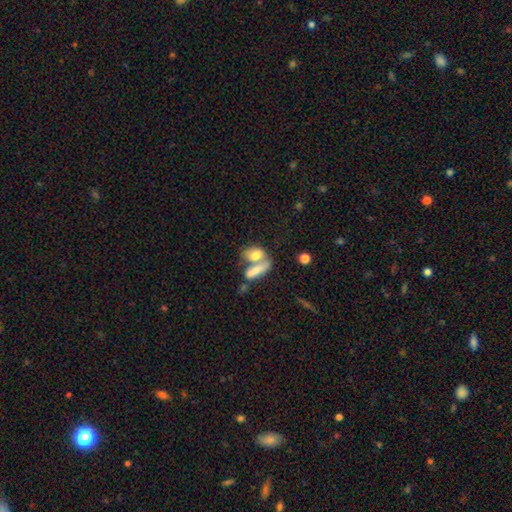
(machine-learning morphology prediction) smooth_or_featured: smooth (p=0.64) [alt: featured or disk p=0.25]
how_rounded: in between (p=0.71) [alt: round p=0.16]
merging: merger (p=0.57) [alt: none p=0.29]